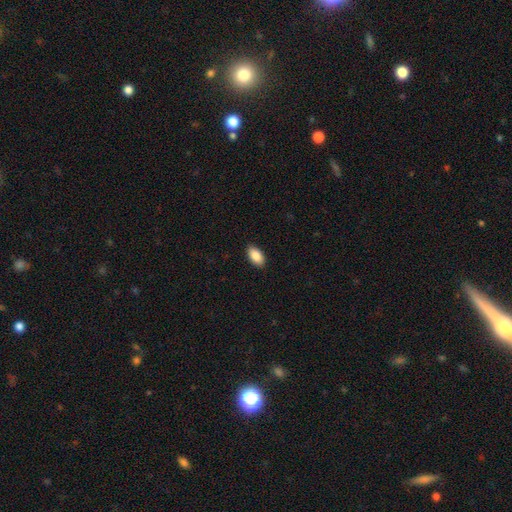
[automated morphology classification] Smooth or featured? Predicted: smooth (p=0.88). How rounded? Predicted: in between (p=0.94). Merging? Predicted: none (p=0.89).